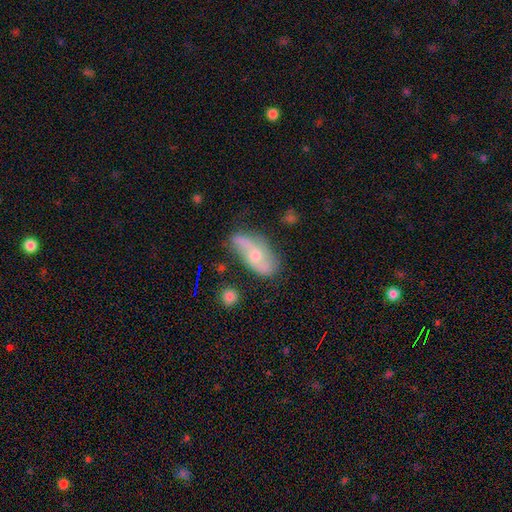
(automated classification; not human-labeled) Smooth or featured: featured or disk — 59% (smooth — 34%)
Edge-on disk: no — 91% (yes — 9%)
Bar: no — 62% (weak — 31%)
Spiral arms: yes — 81% (no — 19%)
Bulge size: moderate — 56% (small — 35%)
Merging: none — 54% (minor disturbance — 27%)